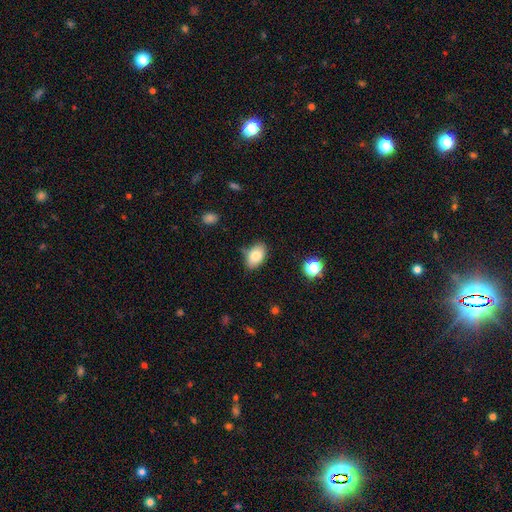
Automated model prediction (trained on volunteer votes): This is clearly a smooth galaxy (81%). How rounded: clearly in between (90%). Merging: likely none (78%).